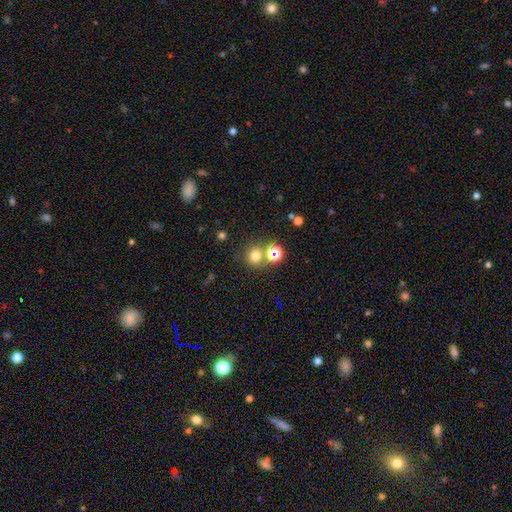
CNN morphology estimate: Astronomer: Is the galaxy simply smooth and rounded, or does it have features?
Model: smooth — 70%.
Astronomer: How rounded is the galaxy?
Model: round — 90%.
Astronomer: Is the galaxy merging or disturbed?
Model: none — 73%.